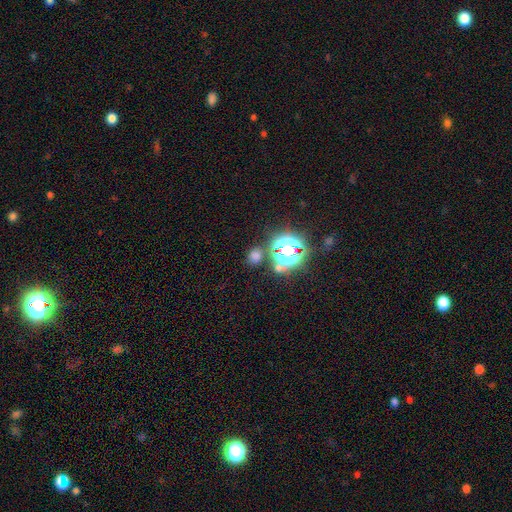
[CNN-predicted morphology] This is possibly a smooth galaxy (57%). How rounded: likely round (68%). Merging: likely none (74%).